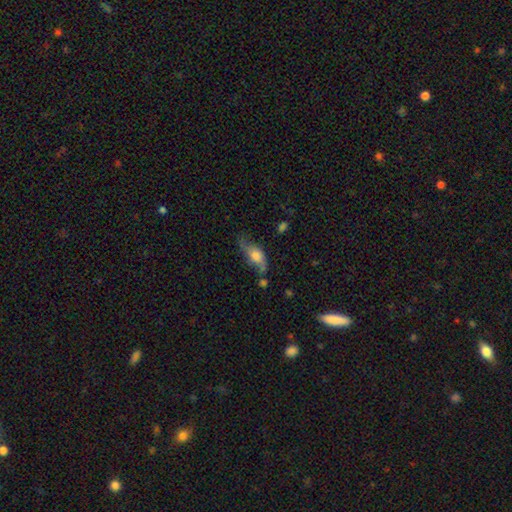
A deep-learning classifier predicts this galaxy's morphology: Smooth or featured? smooth (48%)
Merging? none (41%)